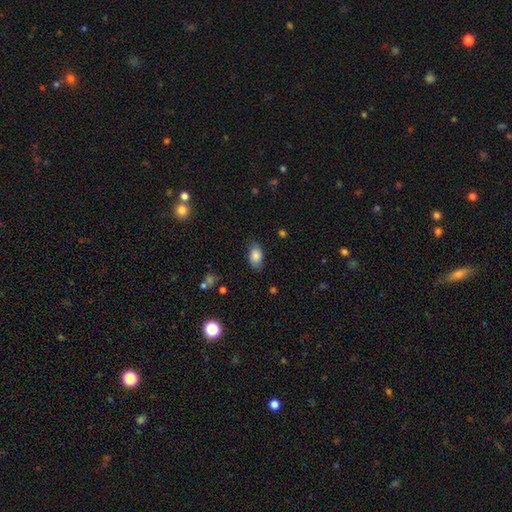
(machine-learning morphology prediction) Smooth or featured? smooth (83%)
How rounded? in between (89%)
Merging? none (75%)